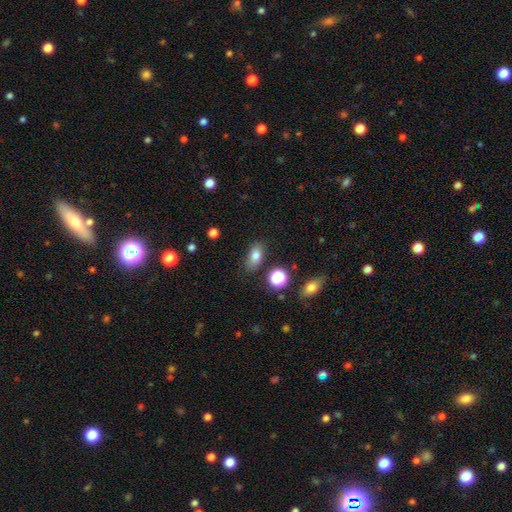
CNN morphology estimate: Smooth or featured? smooth (78%)
How rounded? in between (83%)
Merging? none (80%)